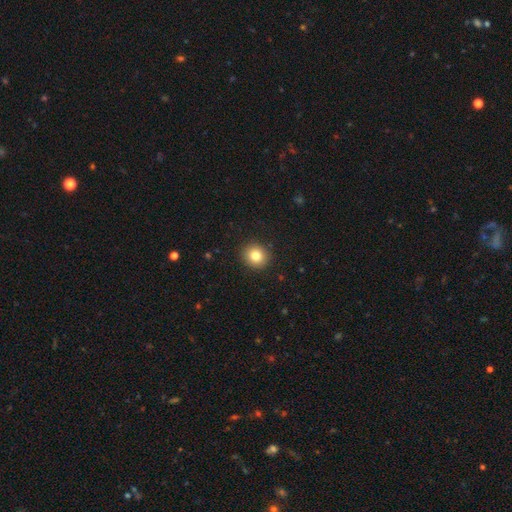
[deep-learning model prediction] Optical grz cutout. It shows a smooth galaxy with no disk features (82%) that is round (87%). Merging: none (91%).